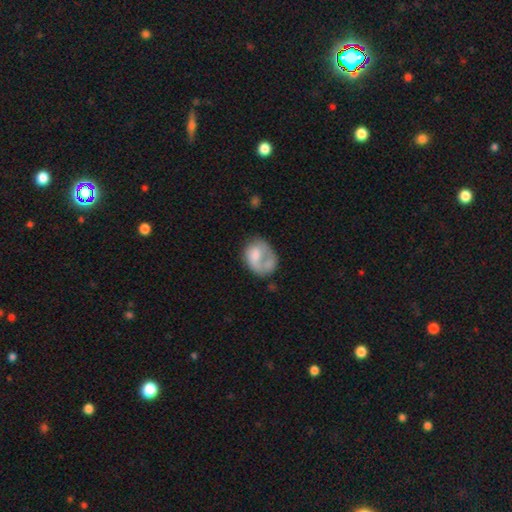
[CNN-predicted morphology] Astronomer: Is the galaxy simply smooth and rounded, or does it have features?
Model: smooth — 53% (runner-up: featured or disk, 40%).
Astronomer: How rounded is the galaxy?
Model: in between — 59% (runner-up: round, 40%).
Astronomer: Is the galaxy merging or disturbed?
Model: none — 34% (runner-up: major disturbance, 30%).